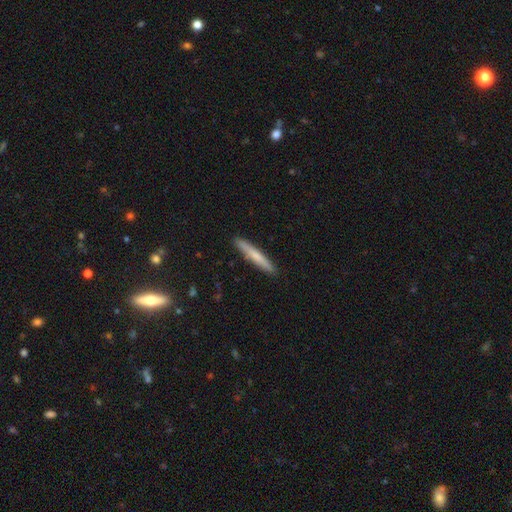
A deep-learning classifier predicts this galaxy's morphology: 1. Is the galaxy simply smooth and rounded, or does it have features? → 66% smooth, 28% featured or disk, 5% star or artifact.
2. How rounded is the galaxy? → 95% cigar-shaped, 3% in between, 1% round.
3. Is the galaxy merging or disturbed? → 91% none, 6% minor disturbance, 1% major disturbance, 1% merger.